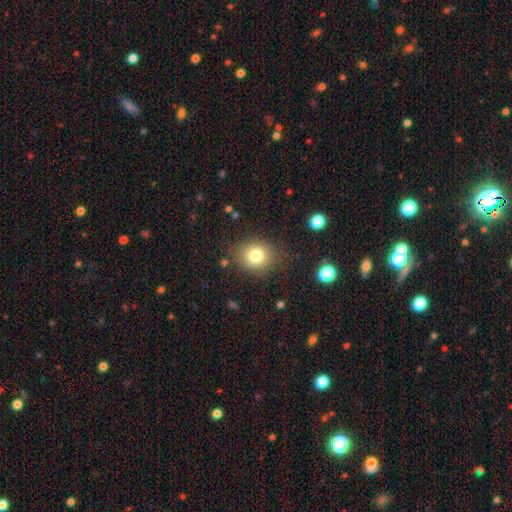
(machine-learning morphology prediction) smooth-or-featured: smooth: 79% | star or artifact: 12% | featured or disk: 9%
  how-rounded: round: 73% | in between: 26% | cigar-shaped: 1%
  merging: none: 81% | minor disturbance: 13% | major disturbance: 5% | merger: 2%